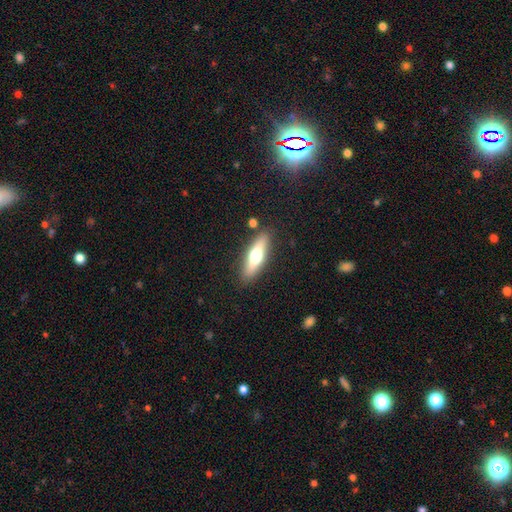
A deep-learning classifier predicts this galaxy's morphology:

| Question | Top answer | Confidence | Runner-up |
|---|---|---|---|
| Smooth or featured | smooth | 52% | featured or disk (42%) |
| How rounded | cigar-shaped | 63% | in between (35%) |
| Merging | none | 85% | minor disturbance (9%) |